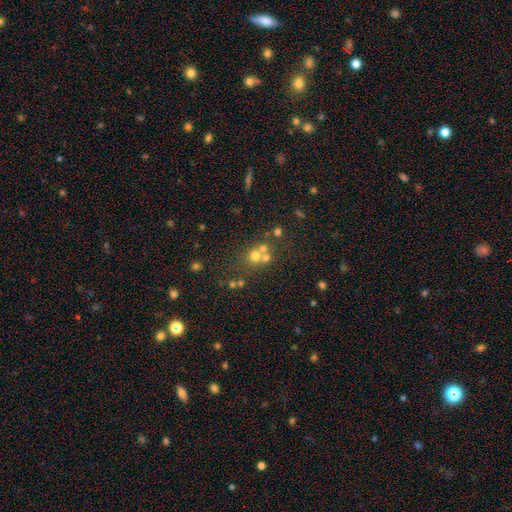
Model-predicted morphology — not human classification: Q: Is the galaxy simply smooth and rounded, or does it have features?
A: smooth — 46%.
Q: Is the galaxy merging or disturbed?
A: none — 56%.